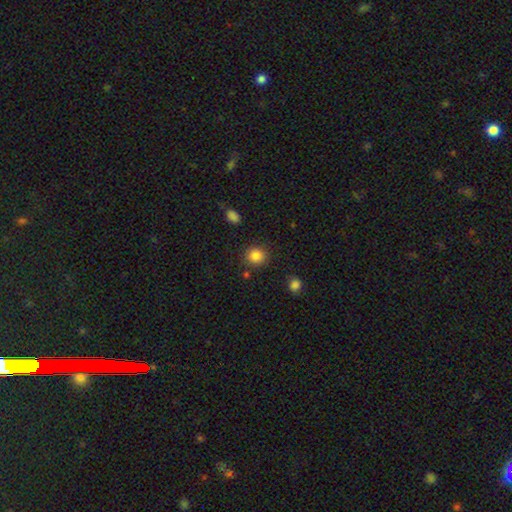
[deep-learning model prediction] This is clearly a smooth galaxy (86%). How rounded: clearly round (87%). Merging: clearly none (86%).